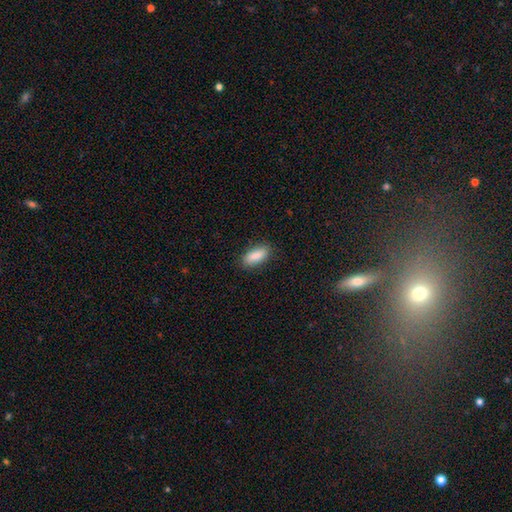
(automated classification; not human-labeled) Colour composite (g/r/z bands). It shows a smooth galaxy with no disk features (88%) that is in between round and cigar-shaped (82%). Merging: none (88%).